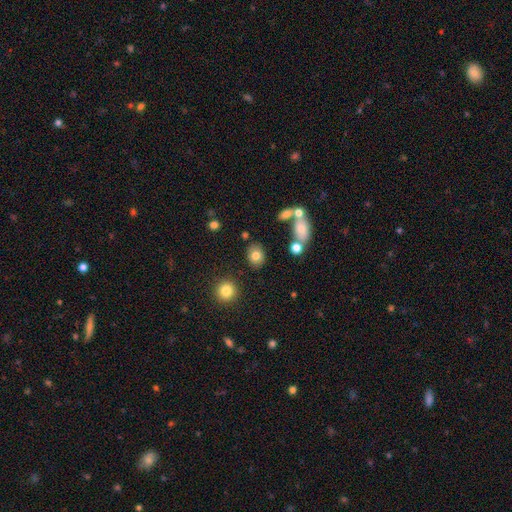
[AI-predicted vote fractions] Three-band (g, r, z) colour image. It shows a smooth galaxy with no disk features (78%) that is round (53%). Merging: none (80%).